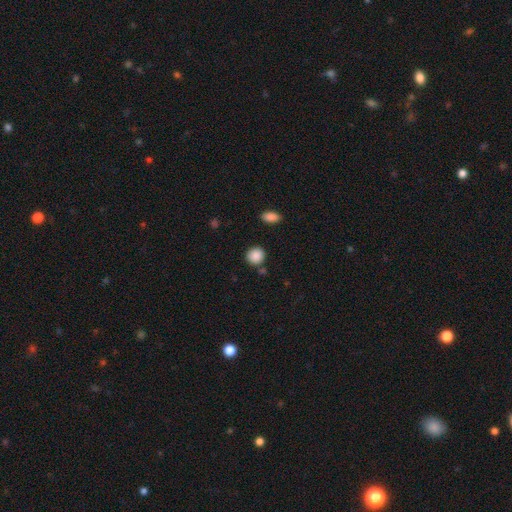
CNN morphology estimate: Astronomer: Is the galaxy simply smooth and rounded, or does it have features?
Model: smooth — 88%.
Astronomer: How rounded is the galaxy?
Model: round — 85%.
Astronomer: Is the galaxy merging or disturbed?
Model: none — 82%.